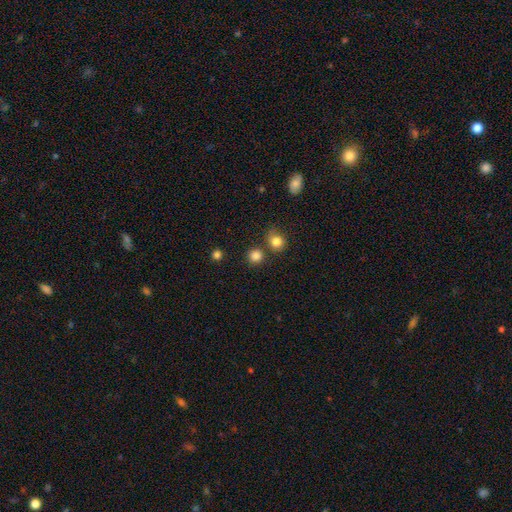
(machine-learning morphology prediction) smooth 83%, star or artifact 13%, featured or disk 4%. Down the decision tree: how rounded — round (92%); merging — none (77%).